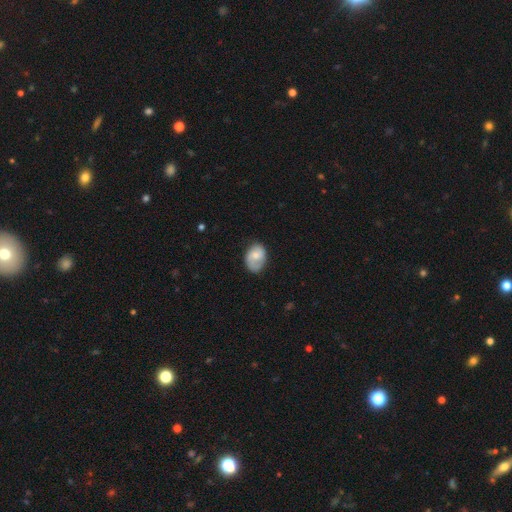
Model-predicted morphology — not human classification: Q: Smooth or featured?
A: smooth (56%); runner-up: featured or disk (36%)
Q: How rounded?
A: in between (73%); runner-up: round (26%)
Q: Merging?
A: none (59%); runner-up: minor disturbance (29%)